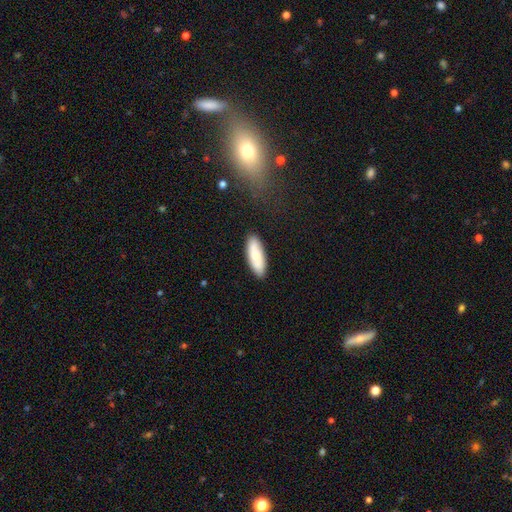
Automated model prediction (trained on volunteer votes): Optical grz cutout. It shows a smooth galaxy with no disk features (79%) that is in between round and cigar-shaped (62%). Merging: none (87%).